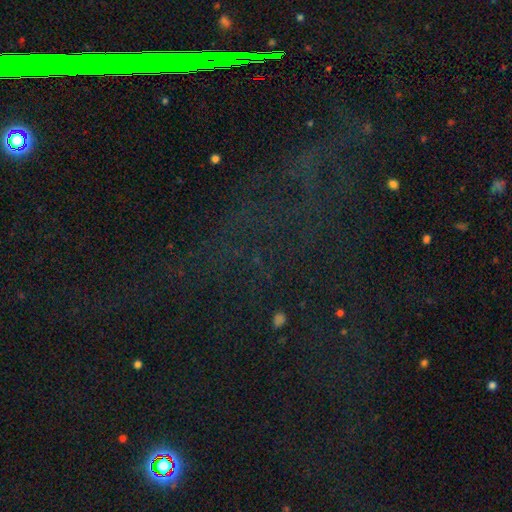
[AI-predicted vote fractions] Smooth or featured?
  - star or artifact: 77% *
  - smooth: 12%
  - featured or disk: 11%